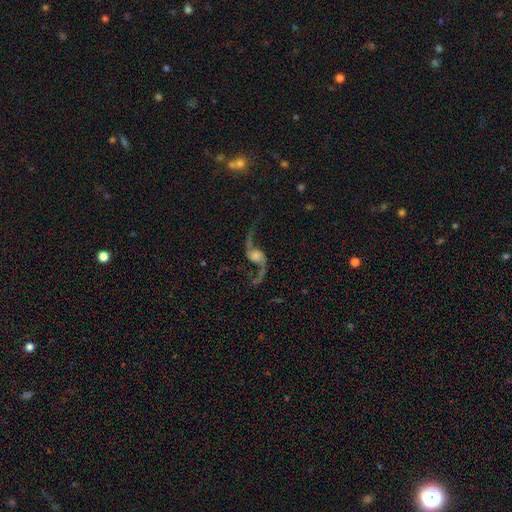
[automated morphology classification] Smooth or featured? featured or disk (90%)
Edge-on disk? no (96%)
Bar? no (61%)
Spiral arms? yes (97%)
Spiral winding? loose (91%)
Spiral arm count? 2 (94%)
Bulge size? moderate (32%)
Merging? none (75%)